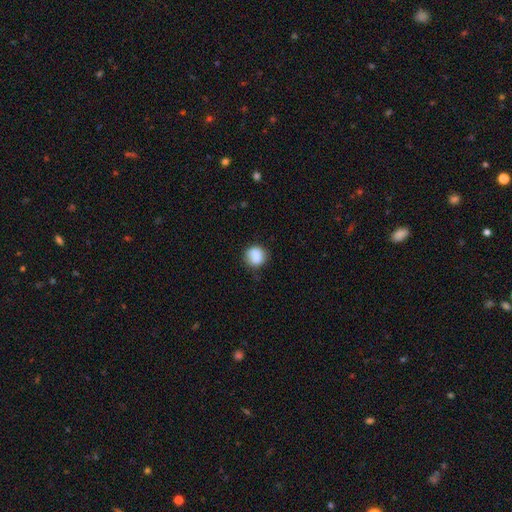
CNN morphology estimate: A smooth galaxy with no disk features (86%) that is round (83%).

Vote fractions:
- Smooth or featured? smooth: 86% / star or artifact: 8% / featured or disk: 6%
- How rounded? round: 83% / in between: 16% / cigar-shaped: 1%
- Merging? none: 78% / minor disturbance: 17% / major disturbance: 4% / merger: 2%